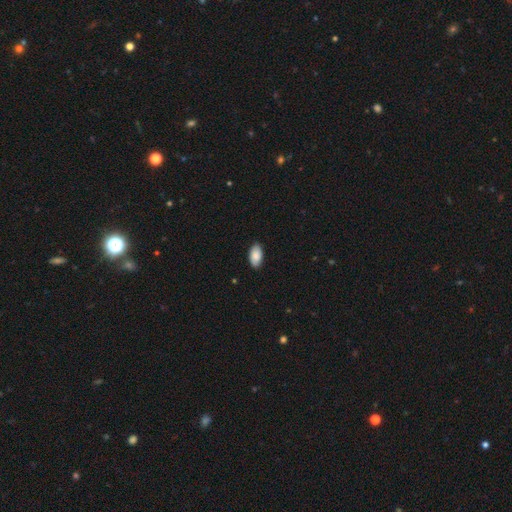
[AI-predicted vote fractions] smooth_or_featured: smooth (p=0.87) [alt: featured or disk p=0.07]
how_rounded: in between (p=0.95) [alt: round p=0.02]
merging: none (p=0.87) [alt: minor disturbance p=0.10]